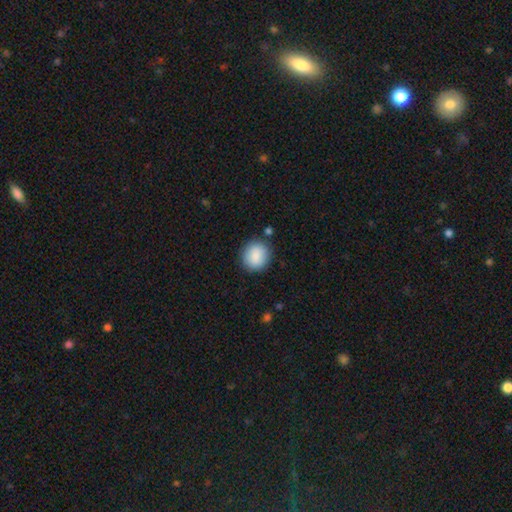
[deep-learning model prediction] Smooth or featured?
  - smooth: 88% *
  - star or artifact: 7%
  - featured or disk: 5%
How rounded?
  - round: 81% *
  - in between: 18%
  - cigar-shaped: 1%
Merging?
  - none: 85% *
  - minor disturbance: 9%
  - major disturbance: 3%
  - merger: 3%